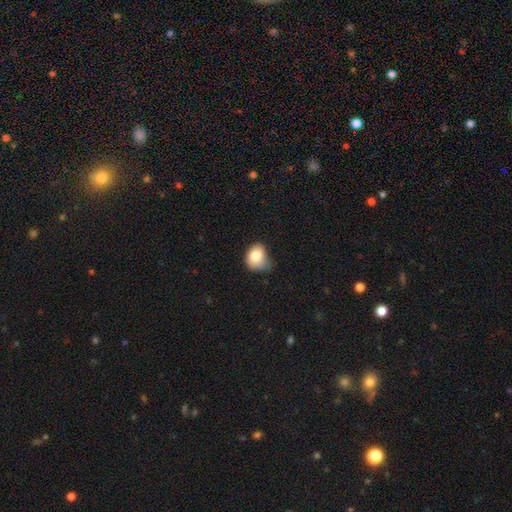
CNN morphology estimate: Smooth or featured: smooth — 79% (featured or disk — 12%)
How rounded: in between — 54% (round — 45%)
Merging: minor disturbance — 48% (none — 32%)